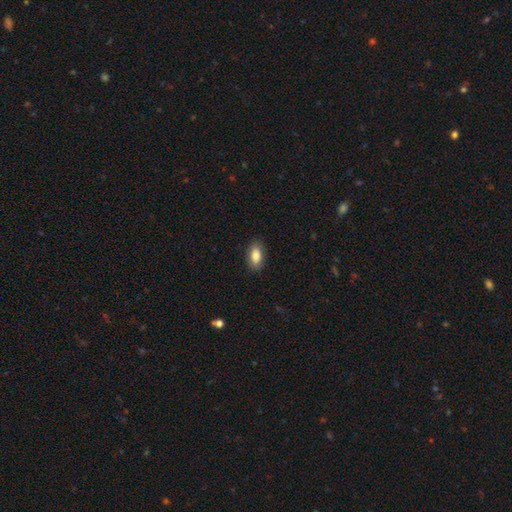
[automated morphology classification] smooth 85%, featured or disk 8%, star or artifact 7%. Down the decision tree: how rounded — in between (91%); merging — none (87%).